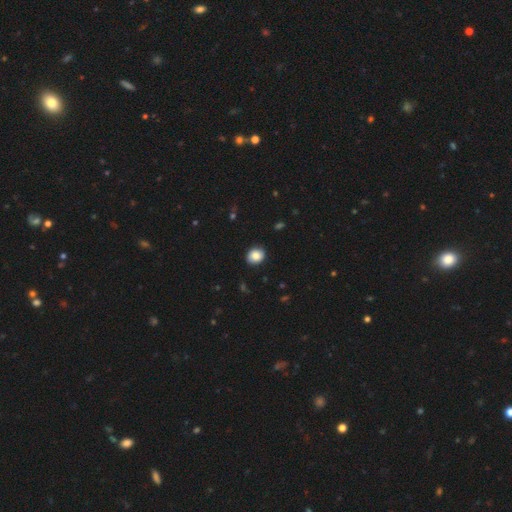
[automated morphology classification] Smooth or featured? Predicted: smooth (p=0.82). How rounded? Predicted: round (p=0.68). Merging? Predicted: none (p=0.88).